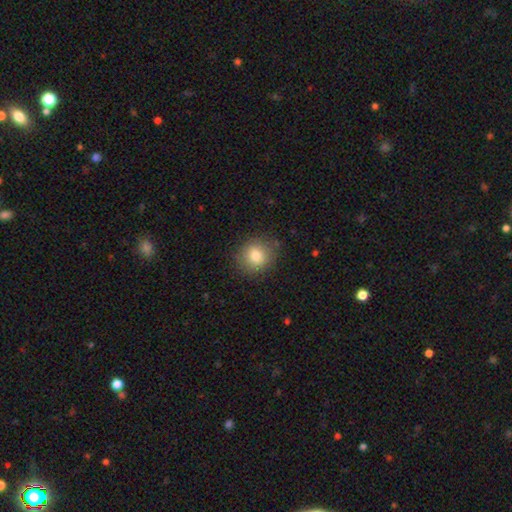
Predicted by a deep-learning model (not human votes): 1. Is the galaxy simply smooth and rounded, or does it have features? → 81% smooth, 10% star or artifact, 9% featured or disk.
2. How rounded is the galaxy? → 83% round, 16% in between, 1% cigar-shaped.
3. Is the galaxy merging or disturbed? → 85% none, 10% minor disturbance, 3% major disturbance, 1% merger.